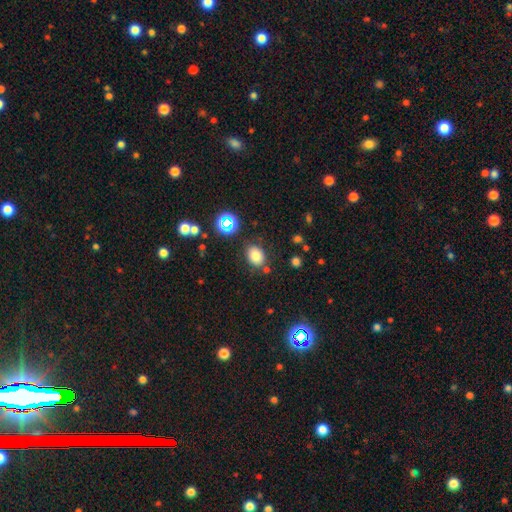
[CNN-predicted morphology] Smooth or featured: smooth — 77% (star or artifact — 15%)
How rounded: in between — 64% (round — 35%)
Merging: none — 79% (minor disturbance — 12%)